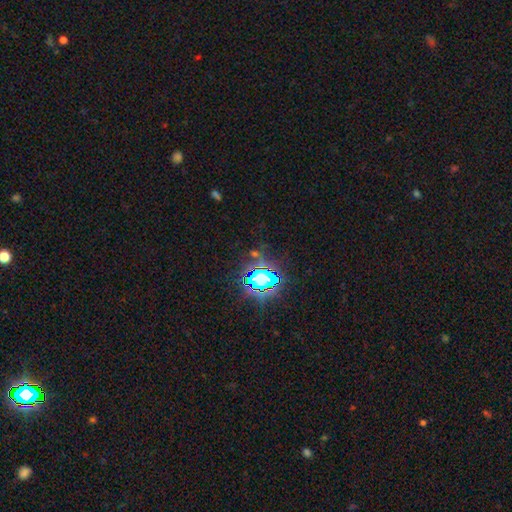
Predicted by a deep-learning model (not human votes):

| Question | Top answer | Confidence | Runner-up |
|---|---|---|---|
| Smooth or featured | star or artifact | 77% | smooth (14%) |